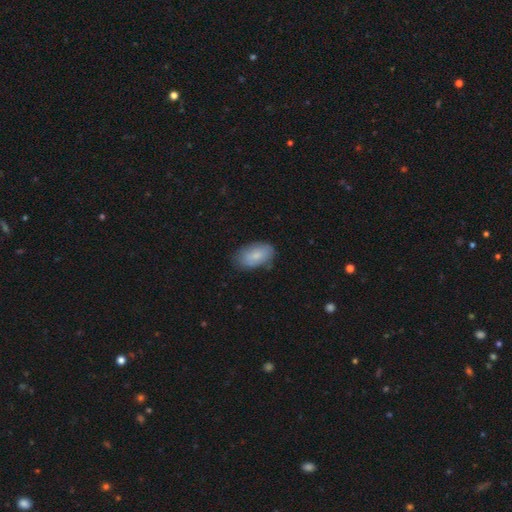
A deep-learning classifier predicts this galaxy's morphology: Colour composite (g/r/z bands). It shows a smooth galaxy with no disk features (78%) that is in between round and cigar-shaped (93%). Merging: none (74%).